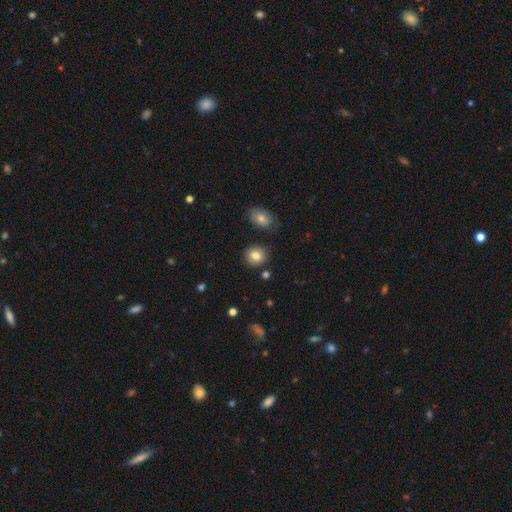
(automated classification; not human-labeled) A smooth galaxy with no disk features (82%) that is round (76%). Merging: none (85%).